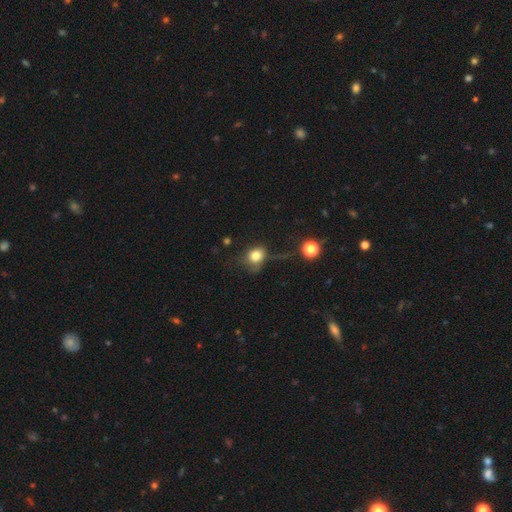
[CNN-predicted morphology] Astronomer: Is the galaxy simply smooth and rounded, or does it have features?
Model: smooth — 78%.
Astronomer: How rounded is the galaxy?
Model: round — 65%.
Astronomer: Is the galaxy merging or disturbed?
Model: none — 47% (runner-up: minor disturbance, 27%).